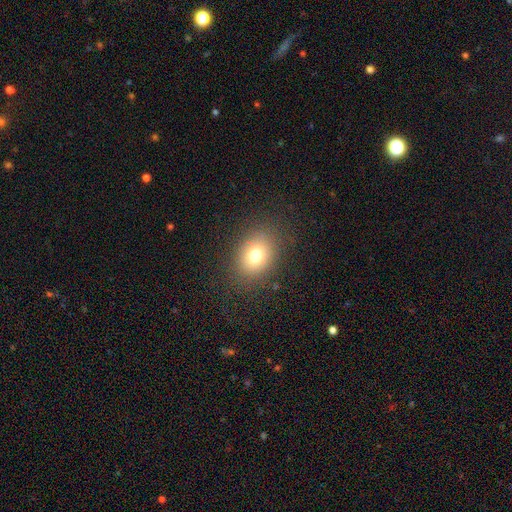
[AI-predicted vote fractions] Smooth or featured: smooth — 74% (star or artifact — 14%)
How rounded: in between — 55% (round — 44%)
Merging: none — 84% (minor disturbance — 10%)